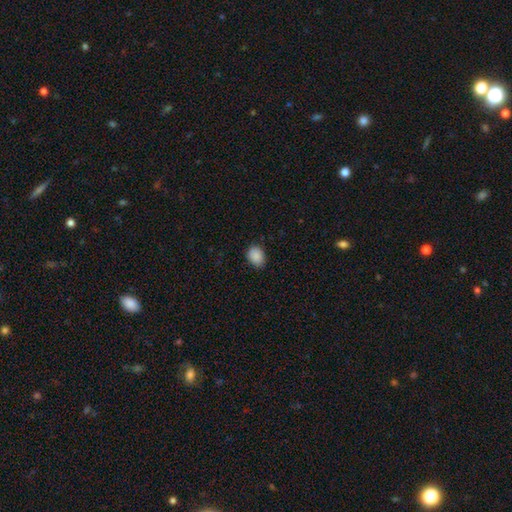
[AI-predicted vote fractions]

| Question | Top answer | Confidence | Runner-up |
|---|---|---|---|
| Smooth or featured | smooth | 89% | star or artifact (8%) |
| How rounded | in between | 65% | round (34%) |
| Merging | none | 85% | minor disturbance (12%) |